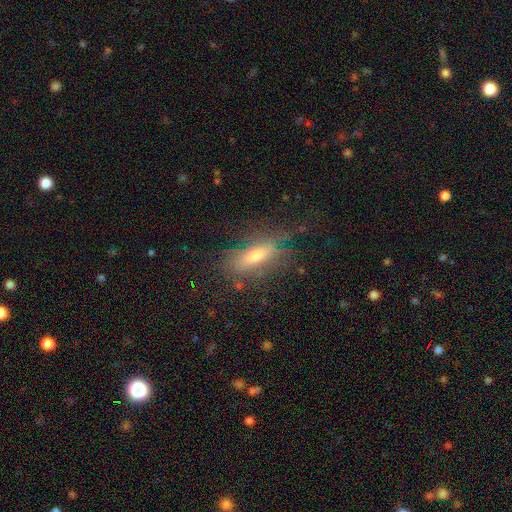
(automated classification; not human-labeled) Q: Smooth or featured?
A: smooth (56%); runner-up: featured or disk (34%)
Q: How rounded?
A: in between (56%); runner-up: cigar-shaped (40%)
Q: Merging?
A: none (71%); runner-up: minor disturbance (18%)